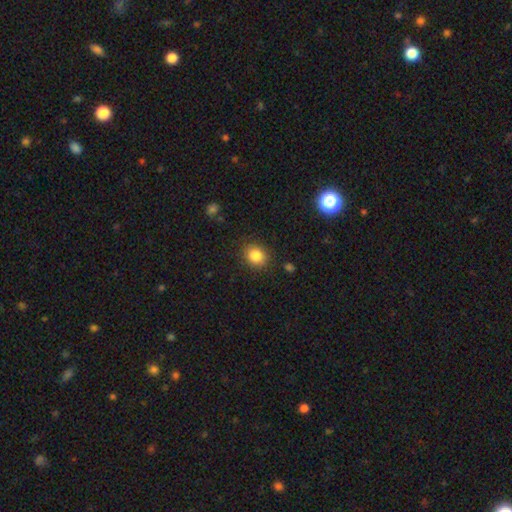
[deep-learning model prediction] Smooth or featured? Predicted: smooth (p=0.84). How rounded? Predicted: round (p=0.66). Merging? Predicted: none (p=0.86).